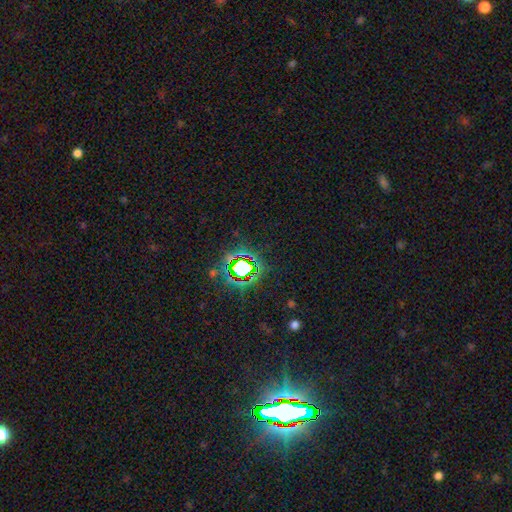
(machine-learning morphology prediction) type=star or artifact (81%).